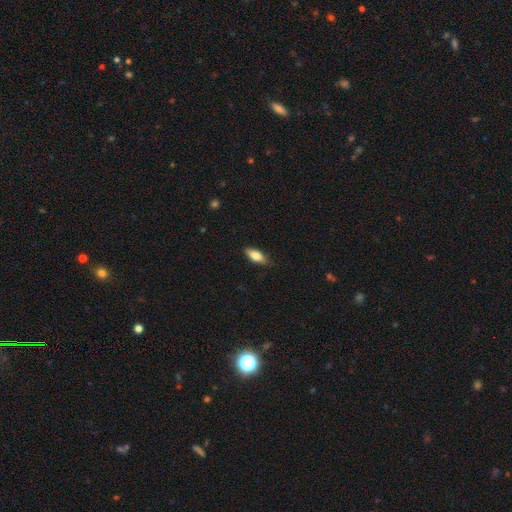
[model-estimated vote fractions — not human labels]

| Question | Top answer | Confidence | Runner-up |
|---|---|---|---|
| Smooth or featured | smooth | 77% | featured or disk (17%) |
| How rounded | in between | 75% | cigar-shaped (22%) |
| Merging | none | 84% | minor disturbance (12%) |